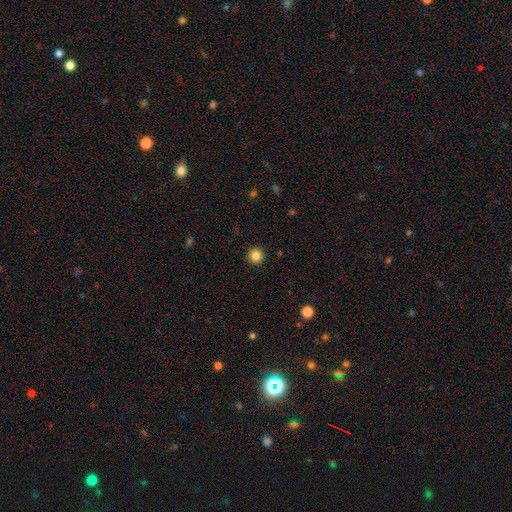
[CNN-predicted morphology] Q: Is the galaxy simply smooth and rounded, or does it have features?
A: smooth — 84%.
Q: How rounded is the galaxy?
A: round — 96%.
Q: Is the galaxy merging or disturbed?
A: none — 93%.